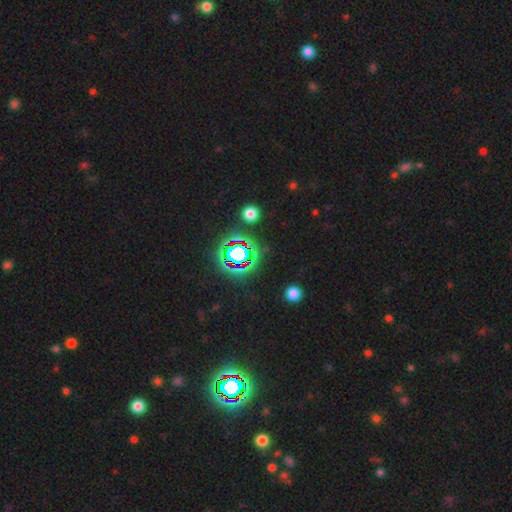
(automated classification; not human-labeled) smooth_or_featured: star or artifact (p=0.81) [alt: smooth p=0.12]